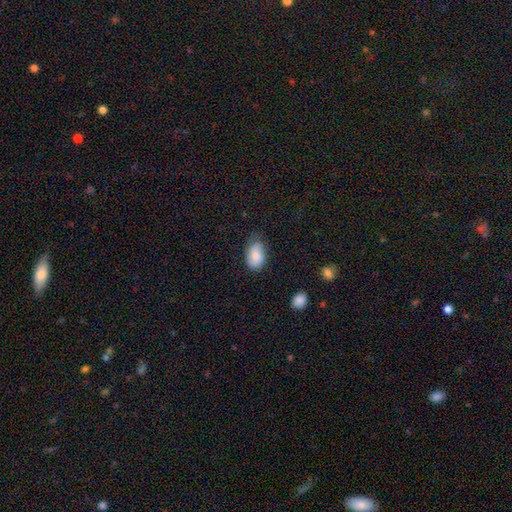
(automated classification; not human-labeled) The model was most divided on "merging": none: 57%, minor disturbance: 34%, major disturbance: 7%, merger: 2%. More confident: how rounded — in between (89%); smooth or featured — smooth (81%).